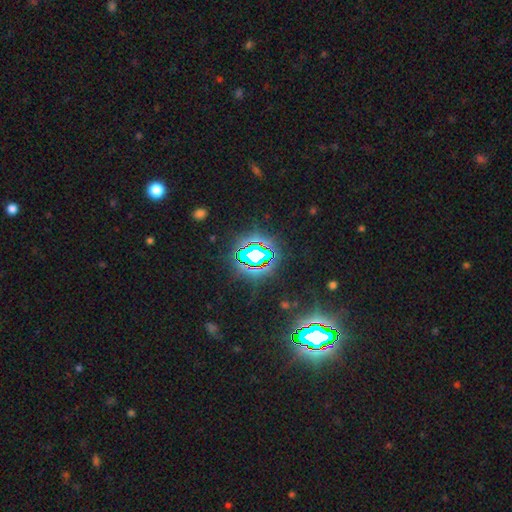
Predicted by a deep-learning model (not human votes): Smooth or featured?
  - star or artifact: 78% *
  - smooth: 12%
  - featured or disk: 10%